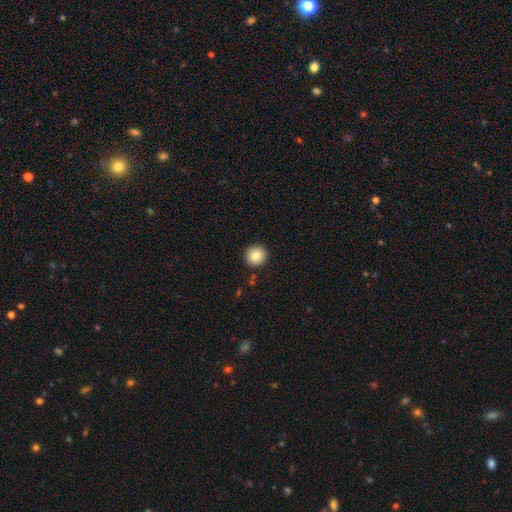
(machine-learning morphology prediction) This appears to be a smooth galaxy with no disk features (84%) that is round (95%). Merging: none (92%).